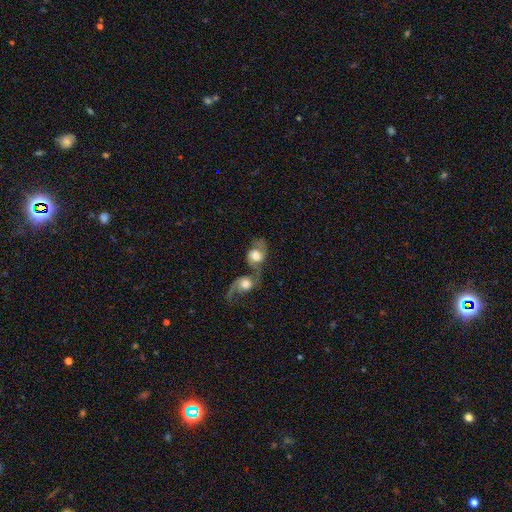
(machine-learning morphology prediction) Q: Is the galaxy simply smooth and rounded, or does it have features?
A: featured or disk — 54%.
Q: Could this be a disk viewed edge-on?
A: no — 94%.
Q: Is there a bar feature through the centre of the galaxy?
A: no — 70%.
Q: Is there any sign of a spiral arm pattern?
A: yes — 74%.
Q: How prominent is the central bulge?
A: large — 50%.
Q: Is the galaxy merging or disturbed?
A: merger — 76%.